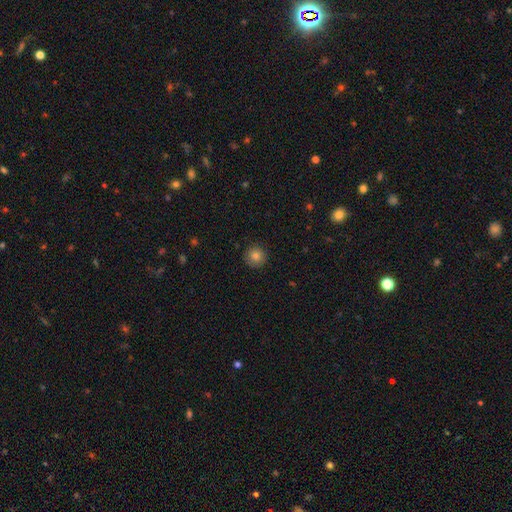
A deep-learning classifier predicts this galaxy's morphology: smooth_or_featured: smooth (p=0.82) [alt: star or artifact p=0.10]
how_rounded: round (p=0.95) [alt: in between p=0.04]
merging: none (p=0.90) [alt: minor disturbance p=0.07]